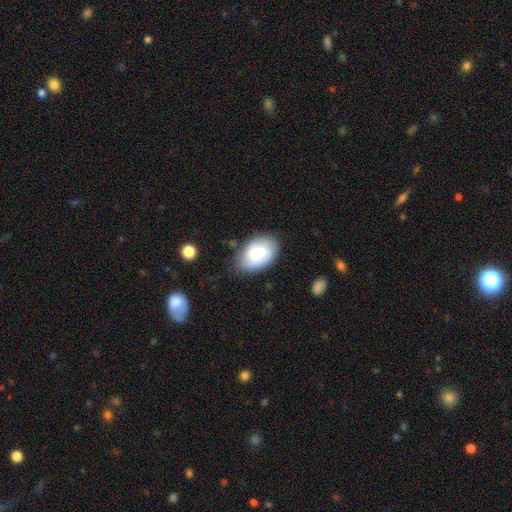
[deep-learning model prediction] smooth-or-featured: smooth: 68% | featured or disk: 25% | star or artifact: 7%
  how-rounded: in between: 90% | round: 9% | cigar-shaped: 1%
  merging: none: 75% | minor disturbance: 19% | major disturbance: 4% | merger: 2%